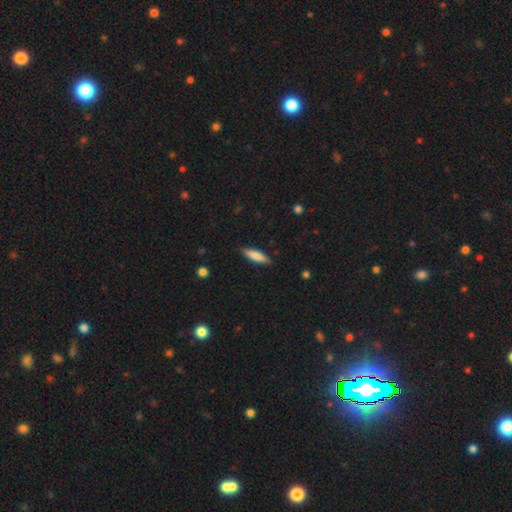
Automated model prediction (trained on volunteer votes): smooth-or-featured: smooth: 73% | featured or disk: 21% | star or artifact: 6%
  how-rounded: cigar-shaped: 67% | in between: 31% | round: 2%
  merging: none: 87% | minor disturbance: 10% | major disturbance: 2% | merger: 1%